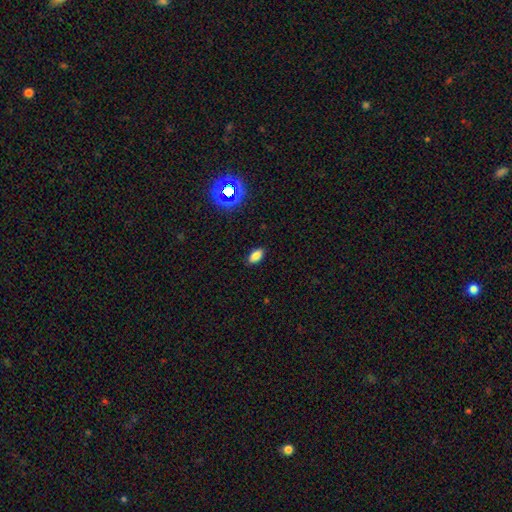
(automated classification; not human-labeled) smooth 82%, star or artifact 12%, featured or disk 5%. Down the decision tree: how rounded — in between (91%); merging — none (88%).